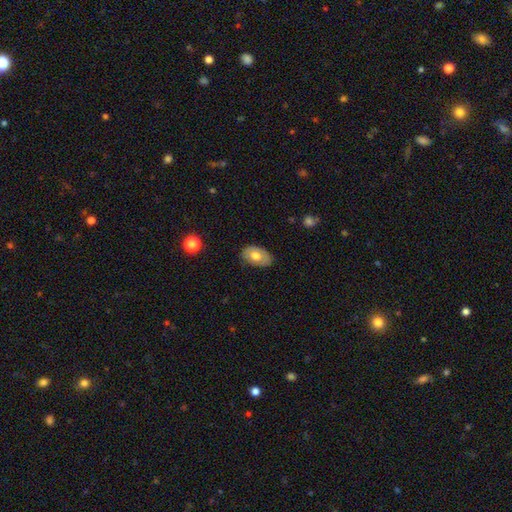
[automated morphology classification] Smooth or featured? smooth (68%)
How rounded? in between (90%)
Merging? none (80%)